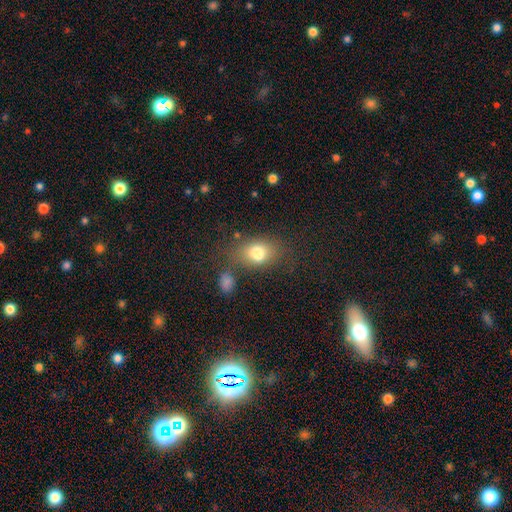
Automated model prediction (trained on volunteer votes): Smooth or featured? smooth (76%)
How rounded? in between (76%)
Merging? none (55%)